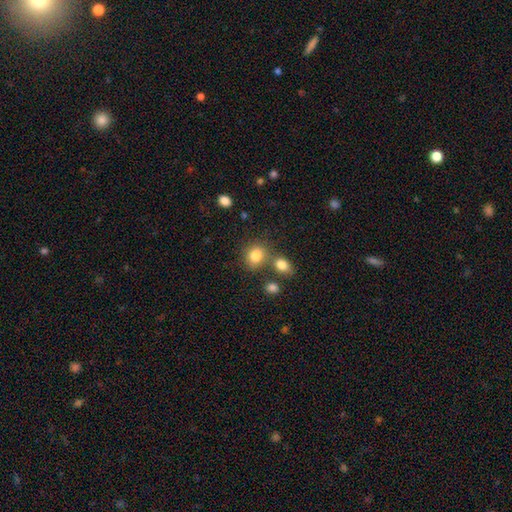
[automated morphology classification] smooth 82%, star or artifact 11%, featured or disk 7%. Down the decision tree: how rounded — round (64%); merging — none (63%).